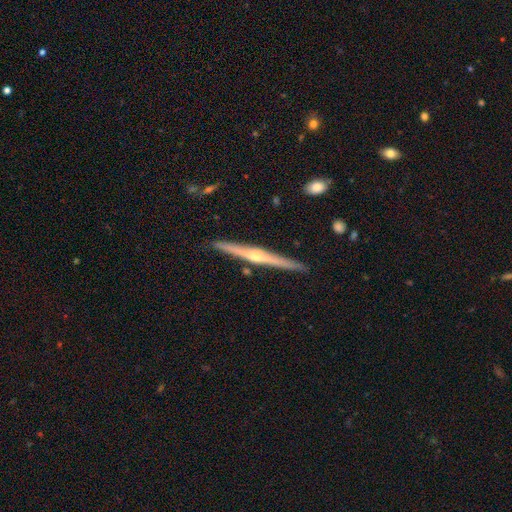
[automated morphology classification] Overall: featured or disk (77%). Edge-on disk: yes (98%). Edge-on bulge: rounded (82%). Merging: none (90%).